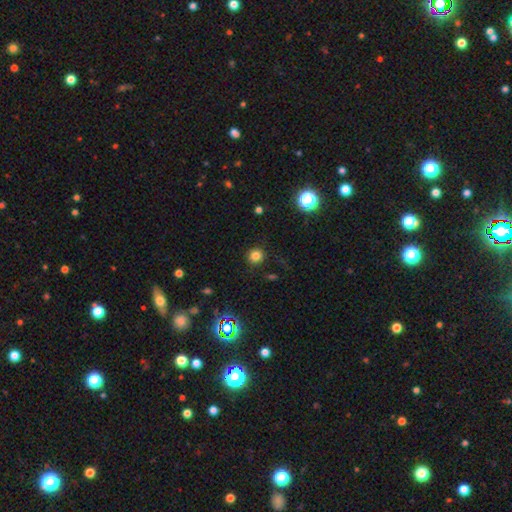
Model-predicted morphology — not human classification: This appears to be a smooth galaxy with no disk features (78%) that is round (91%). Merging: none (88%).